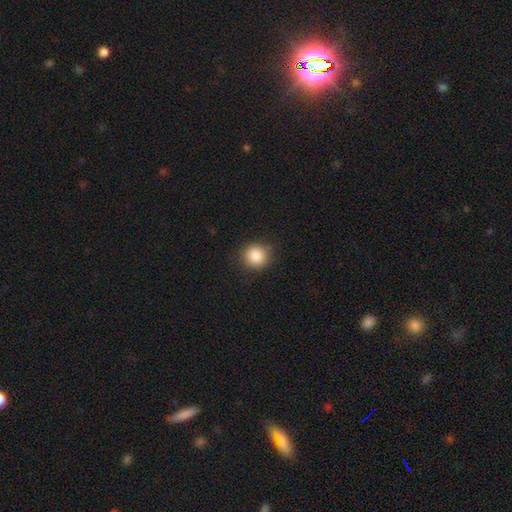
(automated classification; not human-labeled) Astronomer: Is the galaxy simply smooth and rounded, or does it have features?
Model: smooth — 86%.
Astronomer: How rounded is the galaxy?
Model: round — 91%.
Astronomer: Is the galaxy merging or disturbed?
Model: none — 87%.